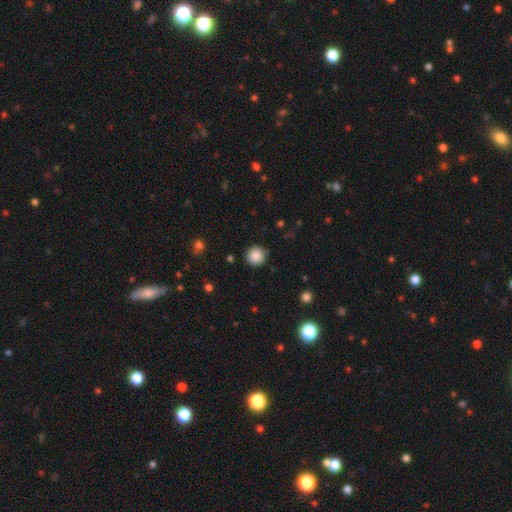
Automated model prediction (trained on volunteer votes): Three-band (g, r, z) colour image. It shows a smooth galaxy with no disk features (86%) that is round (94%). Merging: none (88%).